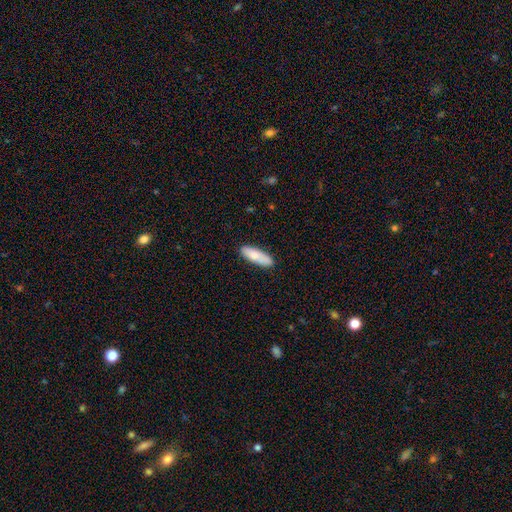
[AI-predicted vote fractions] A smooth galaxy with no disk features (75%) that is in between round and cigar-shaped (56%). Merging: none (81%).